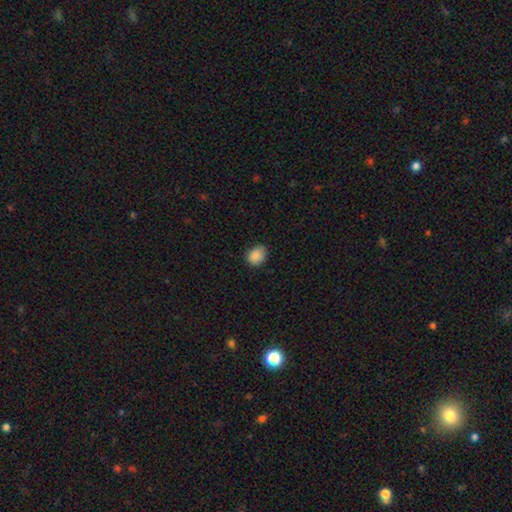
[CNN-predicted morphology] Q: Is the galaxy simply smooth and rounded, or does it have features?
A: smooth — 88%.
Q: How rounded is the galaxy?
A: in between — 50%.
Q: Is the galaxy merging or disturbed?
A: none — 78%.